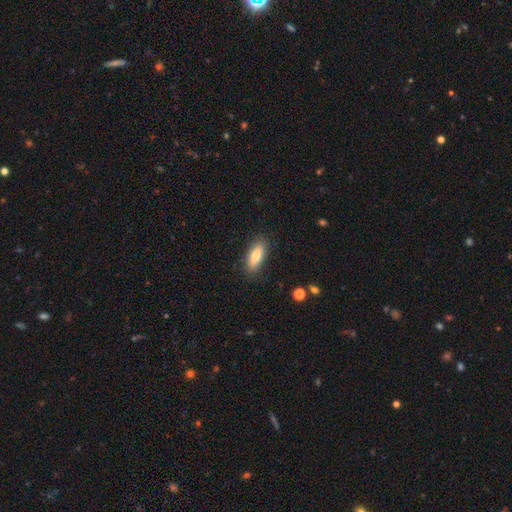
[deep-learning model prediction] smooth-or-featured: smooth: 76% | featured or disk: 17% | star or artifact: 7%
  how-rounded: in between: 66% | cigar-shaped: 32% | round: 2%
  merging: none: 86% | minor disturbance: 10% | major disturbance: 2% | merger: 1%